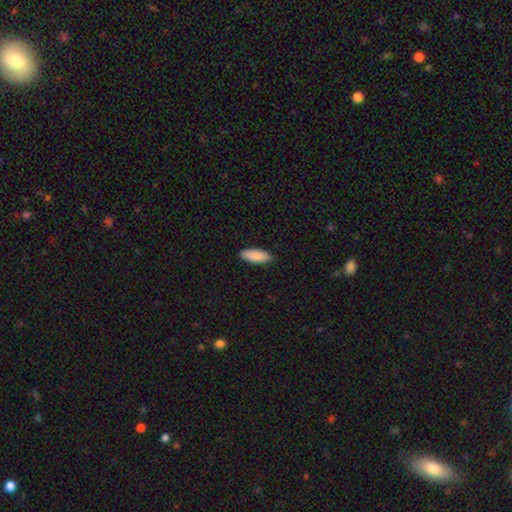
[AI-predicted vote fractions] smooth 90%, star or artifact 5%, featured or disk 5%. Down the decision tree: how rounded — in between (76%); merging — none (89%).